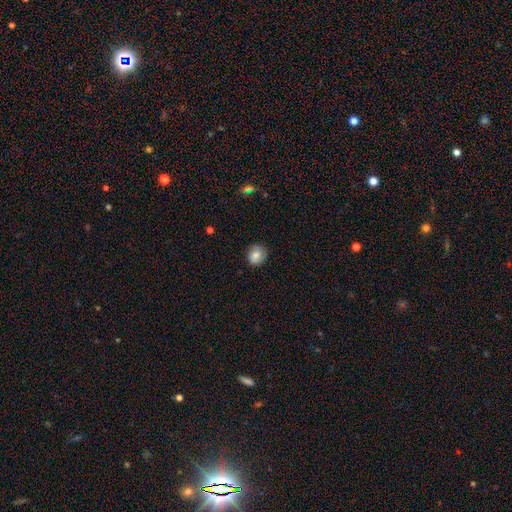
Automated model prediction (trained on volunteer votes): A smooth galaxy with no disk features (70%) that is round (84%).

Vote fractions:
- Smooth or featured? smooth: 70% / featured or disk: 21% / star or artifact: 9%
- How rounded? round: 84% / in between: 15% / cigar-shaped: 1%
- Merging? none: 81% / minor disturbance: 14% / major disturbance: 3% / merger: 1%